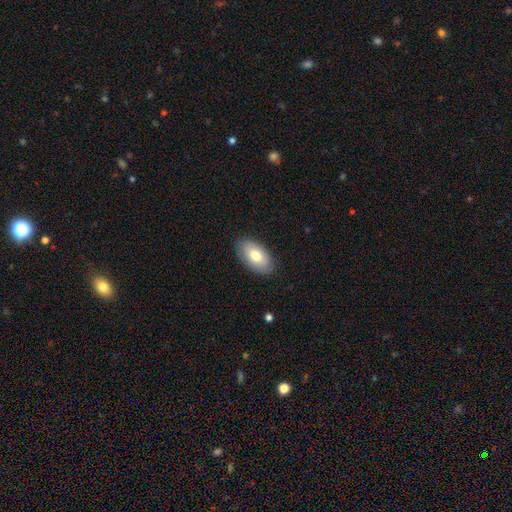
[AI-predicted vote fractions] A smooth galaxy with no disk features (76%) that is in between round and cigar-shaped (94%). Merging: none (86%).